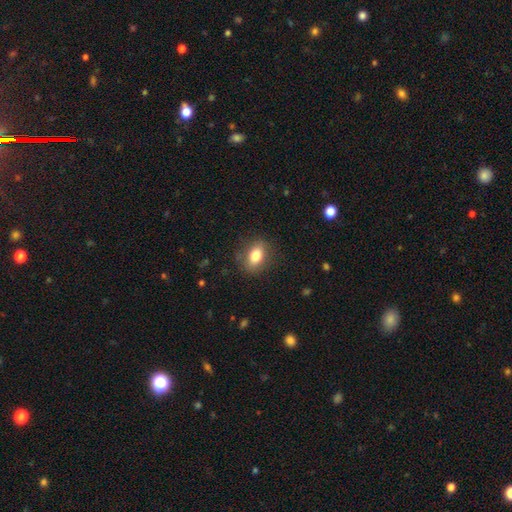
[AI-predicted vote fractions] smooth-or-featured: smooth: 80% | featured or disk: 11% | star or artifact: 9%
  how-rounded: in between: 79% | round: 19% | cigar-shaped: 3%
  merging: none: 83% | minor disturbance: 12% | major disturbance: 4% | merger: 1%